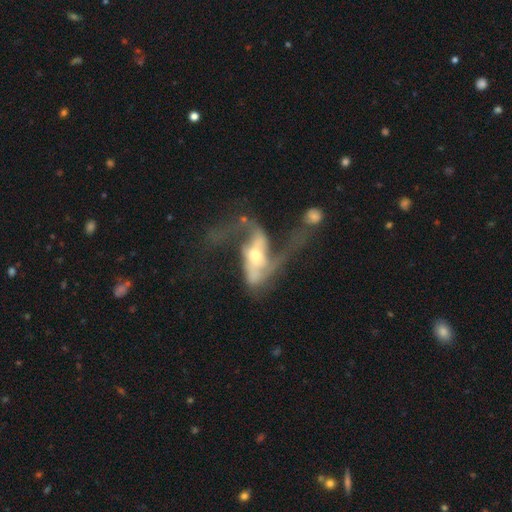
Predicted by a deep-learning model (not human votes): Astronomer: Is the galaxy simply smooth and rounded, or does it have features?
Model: featured or disk — 79%.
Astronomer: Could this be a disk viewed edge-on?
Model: no — 91%.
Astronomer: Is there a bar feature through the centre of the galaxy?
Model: no — 42% (runner-up: weak, 34%).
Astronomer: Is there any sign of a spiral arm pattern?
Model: yes — 81%.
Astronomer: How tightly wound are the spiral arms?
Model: loose — 69%.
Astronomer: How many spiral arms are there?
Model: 2 — 70%.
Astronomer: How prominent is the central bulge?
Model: moderate — 61%.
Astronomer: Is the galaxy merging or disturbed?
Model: major disturbance — 46% (runner-up: merger, 23%).